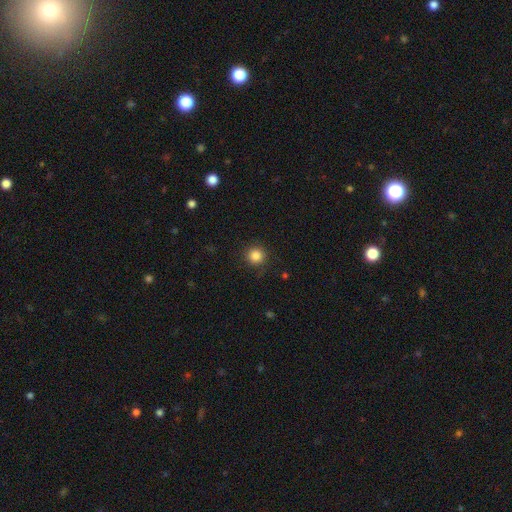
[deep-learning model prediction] This is clearly a smooth galaxy (85%). How rounded: clearly round (94%). Merging: clearly none (88%).